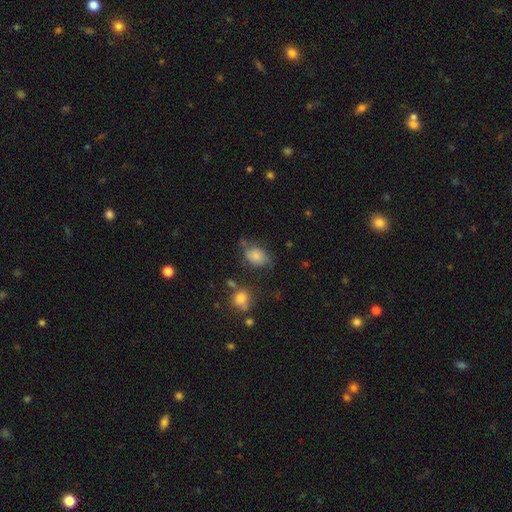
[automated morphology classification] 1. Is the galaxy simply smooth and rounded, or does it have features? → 73% smooth, 16% featured or disk, 11% star or artifact.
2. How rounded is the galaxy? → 71% in between, 28% round, 1% cigar-shaped.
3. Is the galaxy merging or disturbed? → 52% none, 30% minor disturbance, 12% major disturbance, 6% merger.